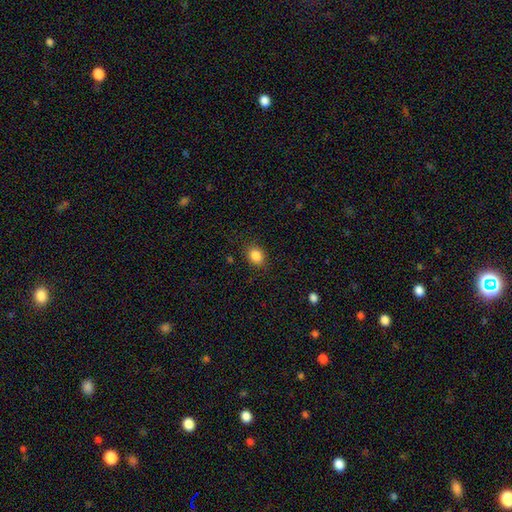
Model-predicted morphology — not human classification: Smooth or featured? smooth (86%)
How rounded? round (51%)
Merging? none (86%)